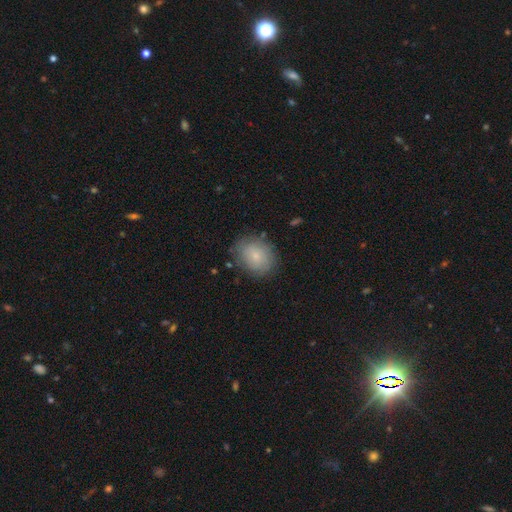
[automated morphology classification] A smooth galaxy with no disk features (75%) that is round (52%).

Vote fractions:
- Smooth or featured? smooth: 75% / featured or disk: 17% / star or artifact: 8%
- How rounded? round: 52% / in between: 47% / cigar-shaped: 1%
- Merging? none: 79% / minor disturbance: 15% / major disturbance: 4% / merger: 2%